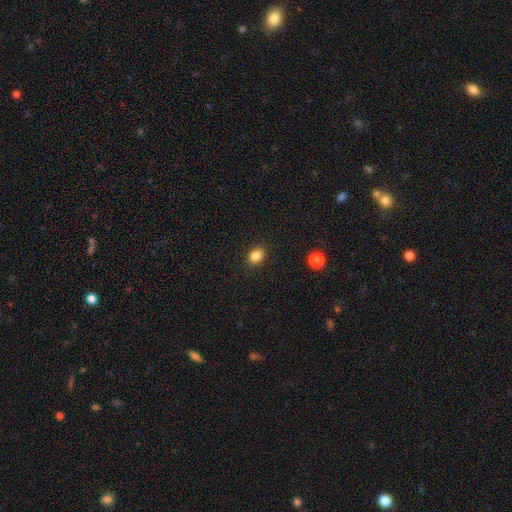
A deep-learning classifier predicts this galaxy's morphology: A smooth galaxy with no disk features (84%) that is in between round and cigar-shaped (60%).

Vote fractions:
- Smooth or featured? smooth: 84% / star or artifact: 11% / featured or disk: 5%
- How rounded? in between: 60% / round: 39% / cigar-shaped: 1%
- Merging? none: 89% / minor disturbance: 7% / major disturbance: 2% / merger: 1%